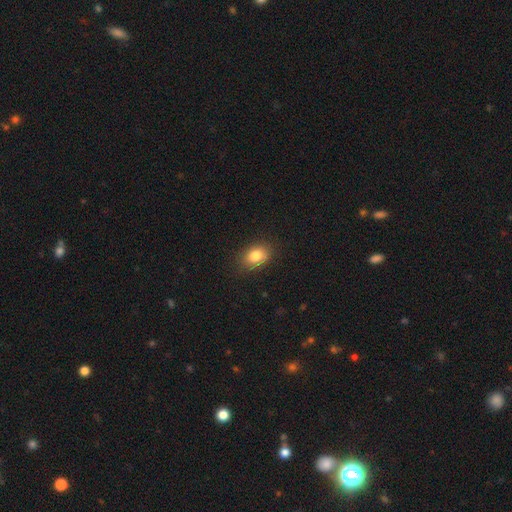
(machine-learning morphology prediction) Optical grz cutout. It shows a smooth galaxy with no disk features (82%) that is in between round and cigar-shaped (75%). Merging: none (82%).